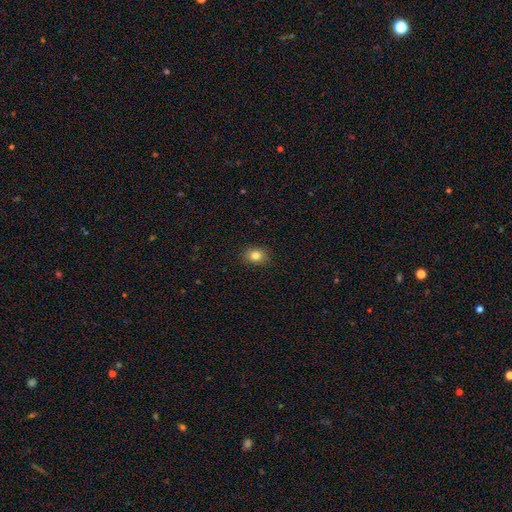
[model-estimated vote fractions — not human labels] Overall: smooth (82%). How rounded: round (53%; in between 46%). Merging: none (89%).